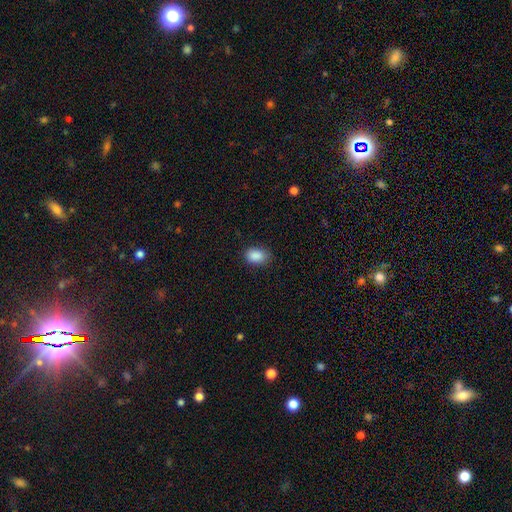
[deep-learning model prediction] This is clearly a smooth galaxy (89%). How rounded: clearly in between (80%). Merging: clearly none (81%).